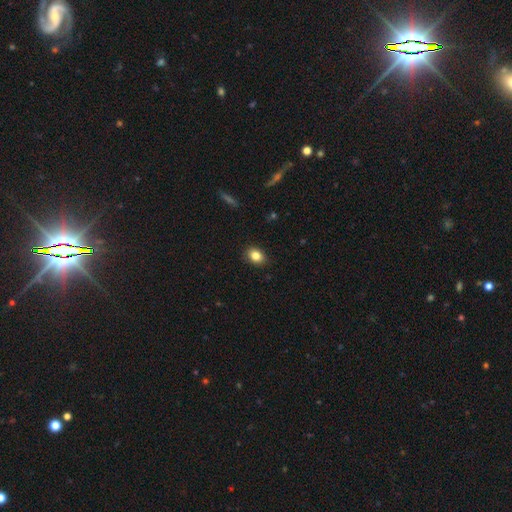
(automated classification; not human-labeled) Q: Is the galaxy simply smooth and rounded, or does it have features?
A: smooth — 84%.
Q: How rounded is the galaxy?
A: in between — 63%.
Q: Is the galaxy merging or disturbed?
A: none — 88%.